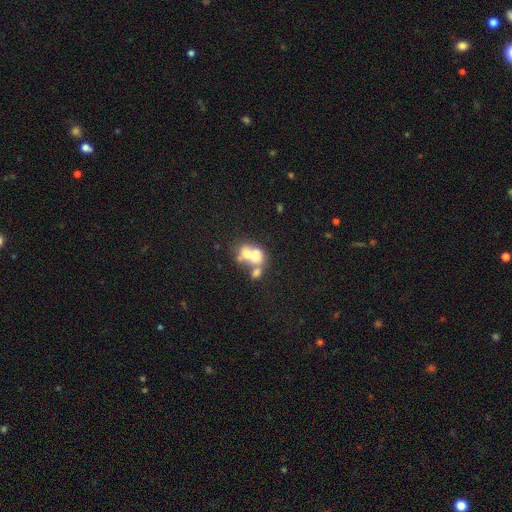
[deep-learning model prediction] smooth_or_featured: smooth (p=0.57) [alt: featured or disk p=0.31]
how_rounded: in between (p=0.61) [alt: round p=0.37]
merging: merger (p=0.66) [alt: none p=0.18]